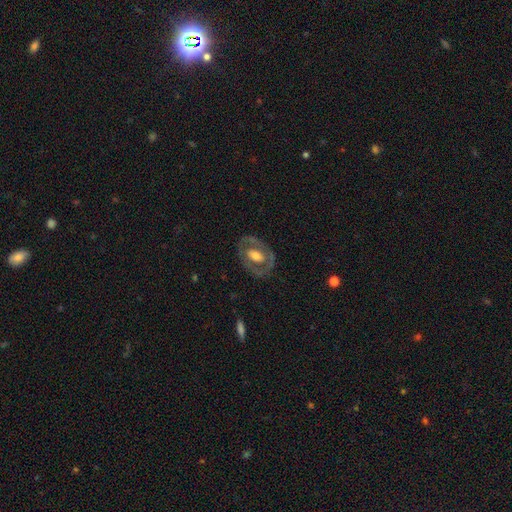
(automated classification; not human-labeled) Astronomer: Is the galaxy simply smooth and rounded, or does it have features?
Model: featured or disk — 60%.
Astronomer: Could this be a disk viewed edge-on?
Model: no — 93%.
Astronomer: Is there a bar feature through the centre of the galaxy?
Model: no — 63%.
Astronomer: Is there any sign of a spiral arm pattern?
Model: no — 75%.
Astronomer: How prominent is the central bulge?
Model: moderate — 48% (runner-up: large, 36%).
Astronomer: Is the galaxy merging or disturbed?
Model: none — 75%.